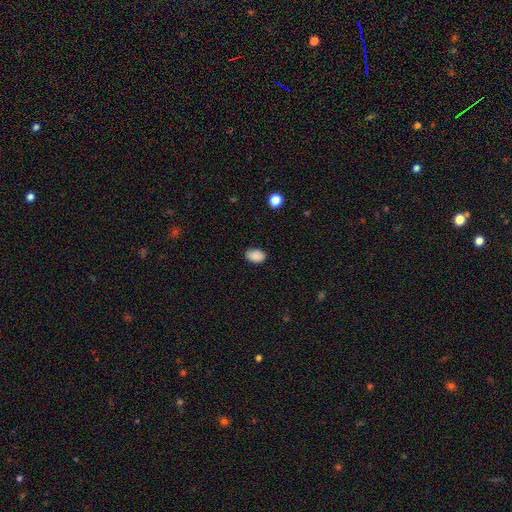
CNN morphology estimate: smooth 89%, star or artifact 8%, featured or disk 3%. Down the decision tree: how rounded — in between (88%); merging — none (85%).